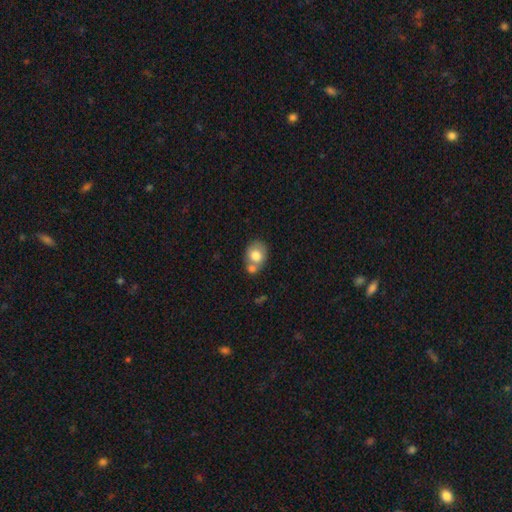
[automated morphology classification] A smooth galaxy with no disk features (75%) that is round (50%).

Vote fractions:
- Smooth or featured? smooth: 75% / featured or disk: 18% / star or artifact: 8%
- How rounded? round: 50% / in between: 49% / cigar-shaped: 1%
- Merging? merger: 45% / none: 38% / minor disturbance: 13% / major disturbance: 5%